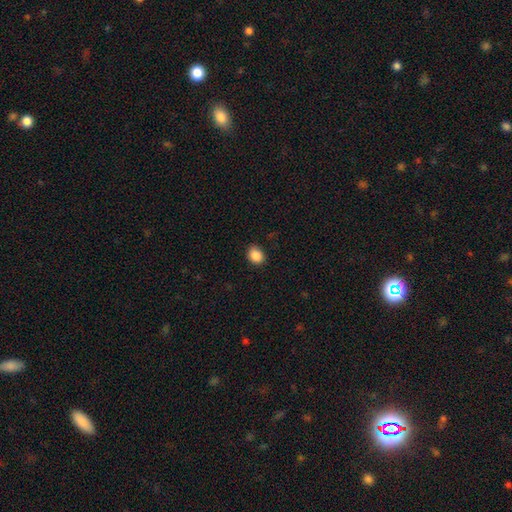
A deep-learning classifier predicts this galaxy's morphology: Smooth or featured? smooth (88%)
How rounded? in between (53%)
Merging? none (87%)